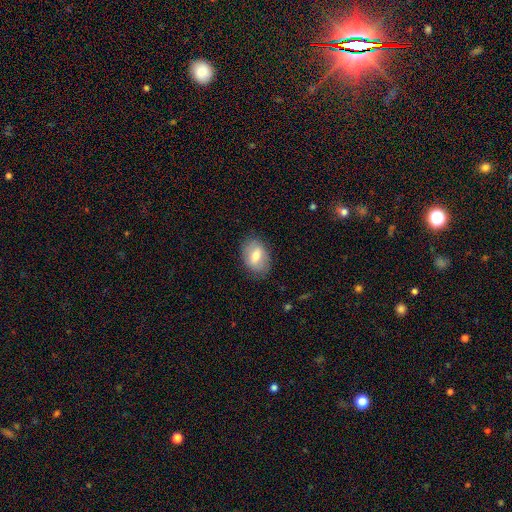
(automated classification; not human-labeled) Smooth or featured: smooth — 67% (featured or disk — 26%)
How rounded: in between — 82% (round — 17%)
Merging: none — 82% (minor disturbance — 14%)